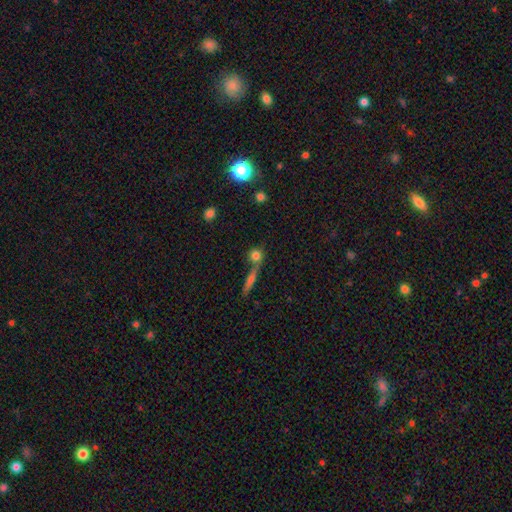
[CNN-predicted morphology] This appears to be a smooth galaxy with no disk features (75%) that is round (81%). Merging: none (55%).